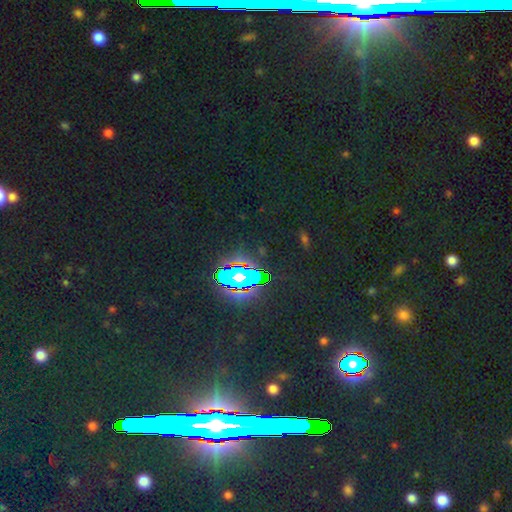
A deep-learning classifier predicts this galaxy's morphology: Smooth or featured? Predicted: star or artifact (p=0.83).